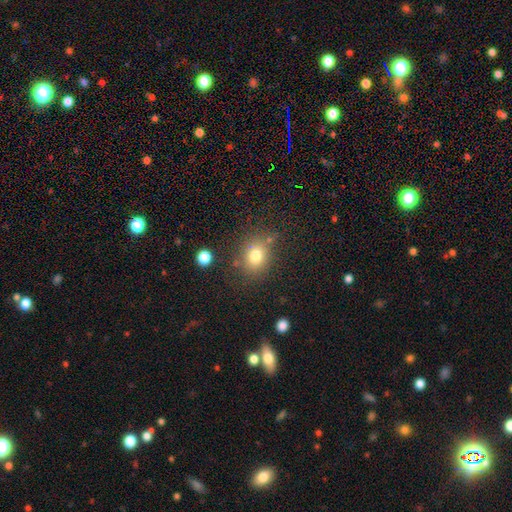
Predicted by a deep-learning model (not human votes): This appears to be a smooth galaxy with no disk features (77%) that is round (59%). Merging: none (74%).